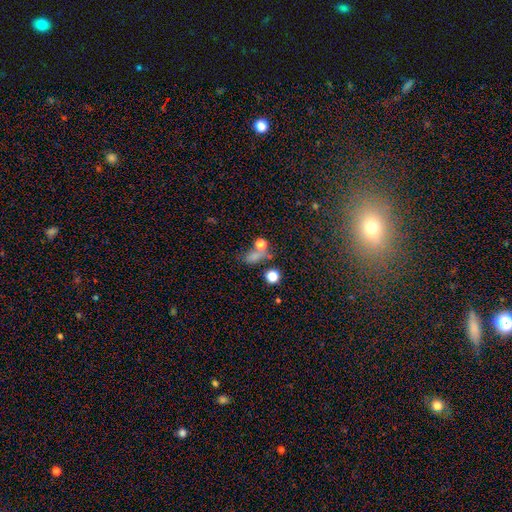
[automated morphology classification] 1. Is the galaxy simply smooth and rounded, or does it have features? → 64% smooth, 25% star or artifact, 11% featured or disk.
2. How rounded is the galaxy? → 56% in between, 36% round, 9% cigar-shaped.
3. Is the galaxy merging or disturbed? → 46% none, 26% merger, 16% minor disturbance, 13% major disturbance.